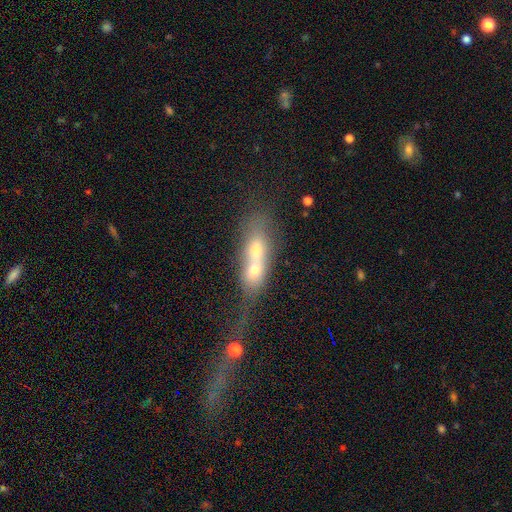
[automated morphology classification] type=smooth (53%); roundness=in between (56%); merging=merger (75%).